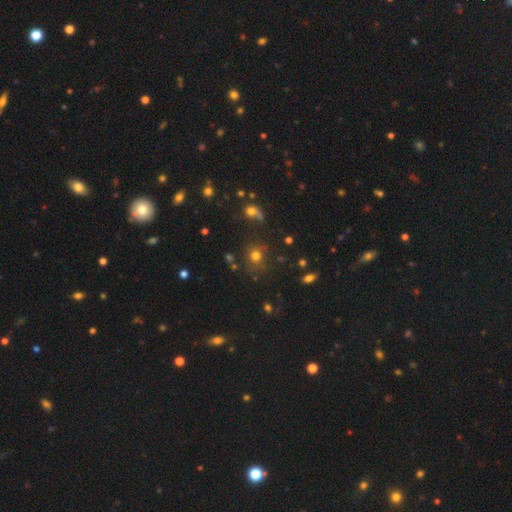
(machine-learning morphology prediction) Smooth or featured? smooth (72%)
How rounded? round (85%)
Merging? none (75%)